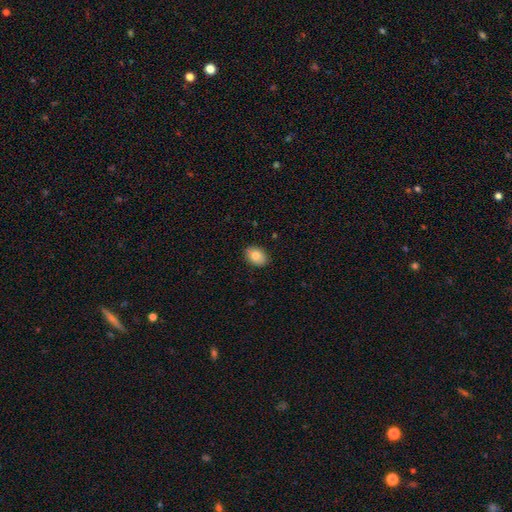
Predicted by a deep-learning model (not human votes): Smooth or featured?
  - smooth: 80% *
  - featured or disk: 12%
  - star or artifact: 8%
How rounded?
  - in between: 75% *
  - round: 24%
  - cigar-shaped: 1%
Merging?
  - none: 89% *
  - minor disturbance: 8%
  - major disturbance: 2%
  - merger: 1%